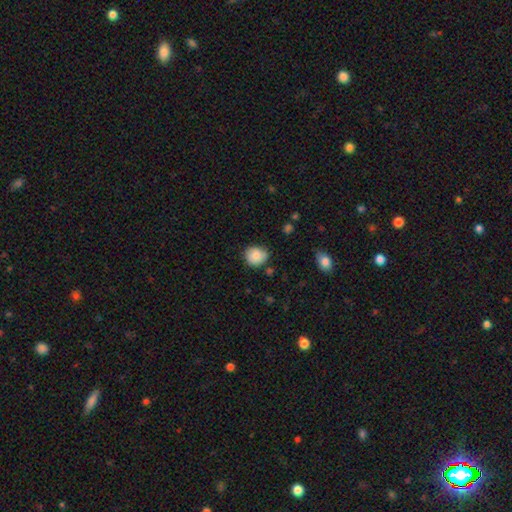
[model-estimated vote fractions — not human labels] Smooth or featured: smooth — 84% (featured or disk — 8%)
How rounded: round — 81% (in between — 18%)
Merging: none — 72% (minor disturbance — 22%)